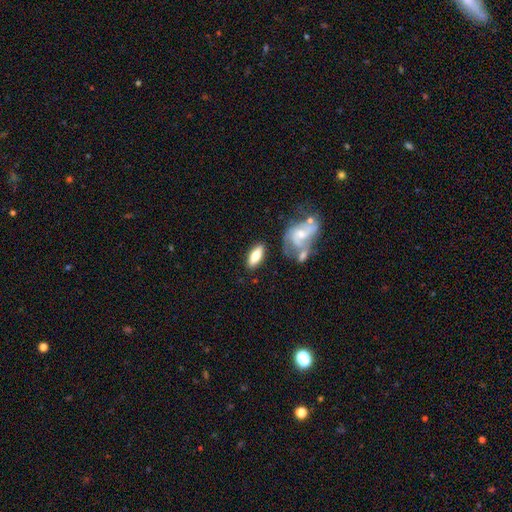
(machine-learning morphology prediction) Smooth or featured? smooth (65%)
How rounded? in between (74%)
Merging? none (71%)